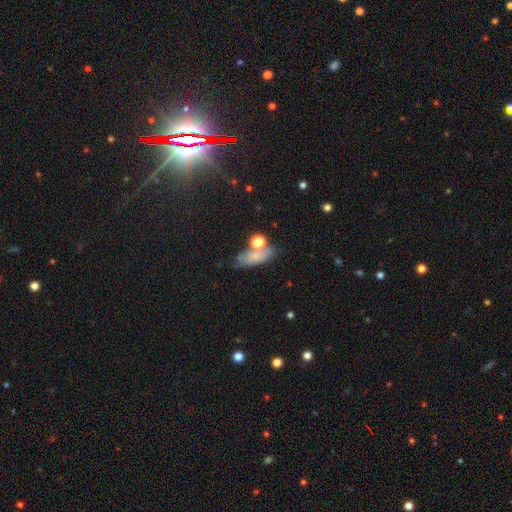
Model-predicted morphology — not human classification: Q: Smooth or featured?
A: smooth (67%); runner-up: featured or disk (19%)
Q: How rounded?
A: in between (69%); runner-up: cigar-shaped (19%)
Q: Merging?
A: none (48%); runner-up: minor disturbance (23%)